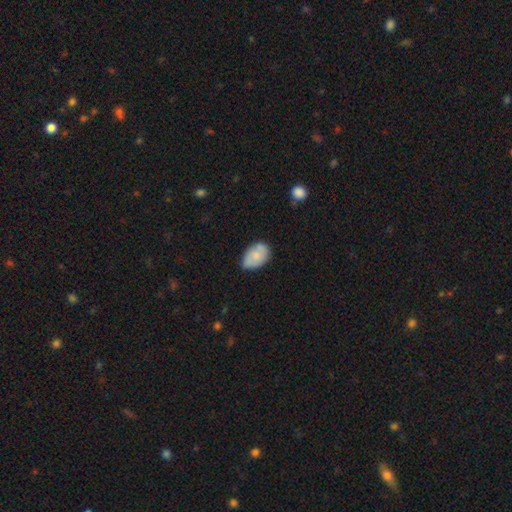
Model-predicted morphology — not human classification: A smooth galaxy with no disk features (73%) that is in between round and cigar-shaped (87%). Merging: none (65%).